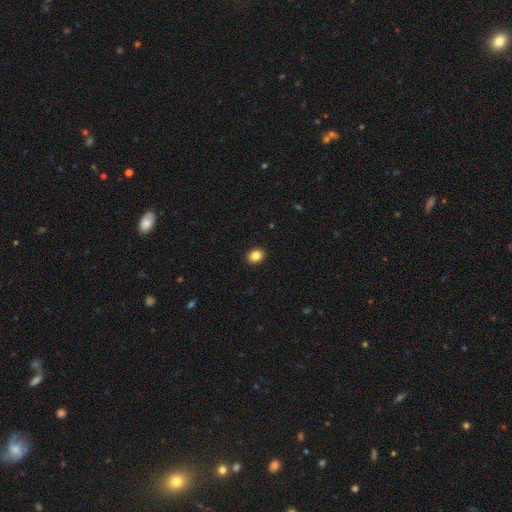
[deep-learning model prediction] Smooth or featured?
  - smooth: 85% *
  - star or artifact: 10%
  - featured or disk: 5%
How rounded?
  - round: 53% *
  - in between: 46%
  - cigar-shaped: 1%
Merging?
  - none: 92% *
  - minor disturbance: 5%
  - major disturbance: 2%
  - merger: 1%